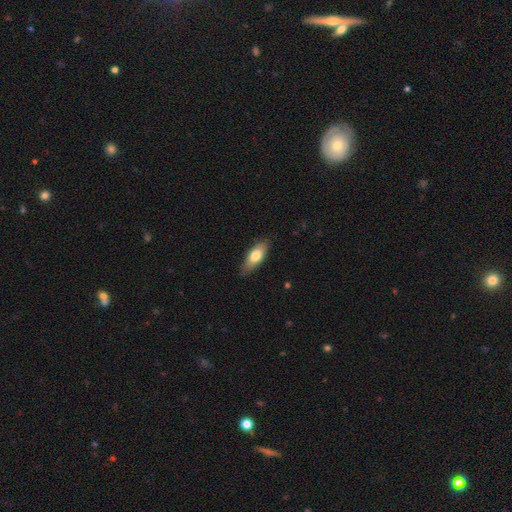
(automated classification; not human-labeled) The model was most divided on "smooth or featured": smooth: 70%, featured or disk: 24%, star or artifact: 6%. More confident: merging — none (79%); how rounded — in between (72%).